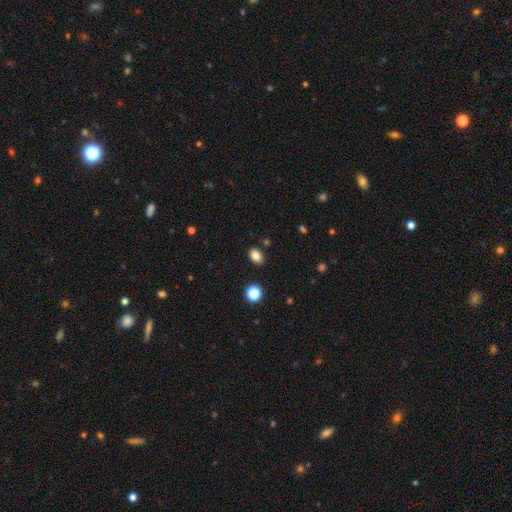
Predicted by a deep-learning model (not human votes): The model was most divided on "how rounded": in between: 75%, round: 24%, cigar-shaped: 1%. More confident: merging — none (87%); smooth or featured — smooth (83%).